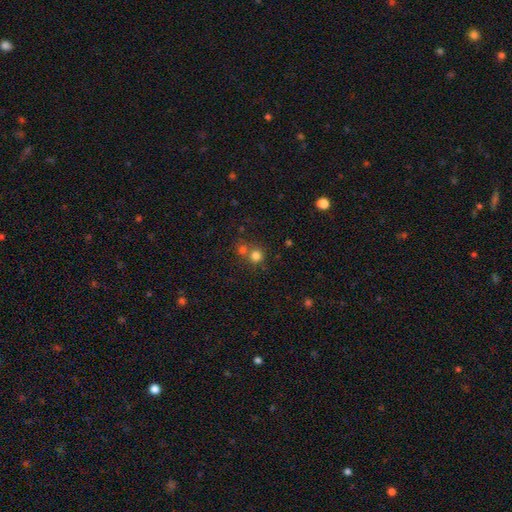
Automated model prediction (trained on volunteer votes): This appears to be a smooth galaxy with no disk features (77%) that is round (91%). Merging: none (58%).